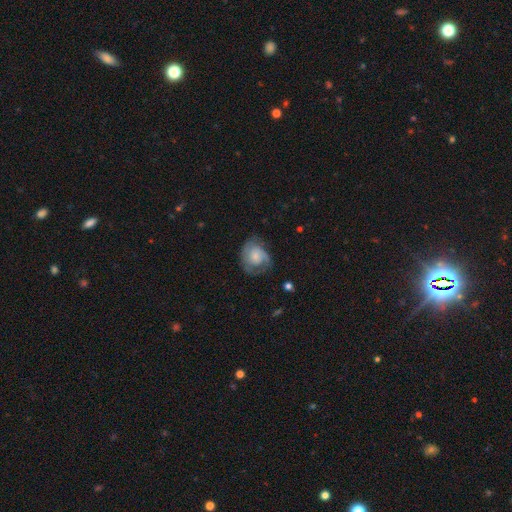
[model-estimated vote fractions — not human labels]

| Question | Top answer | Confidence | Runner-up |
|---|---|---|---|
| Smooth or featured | featured or disk | 57% | smooth (36%) |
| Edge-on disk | no | 97% | yes (3%) |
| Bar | no | 75% | weak (21%) |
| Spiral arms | yes | 82% | no (18%) |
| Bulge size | small | 37% | moderate (30%) |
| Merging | none | 56% | minor disturbance (26%) |